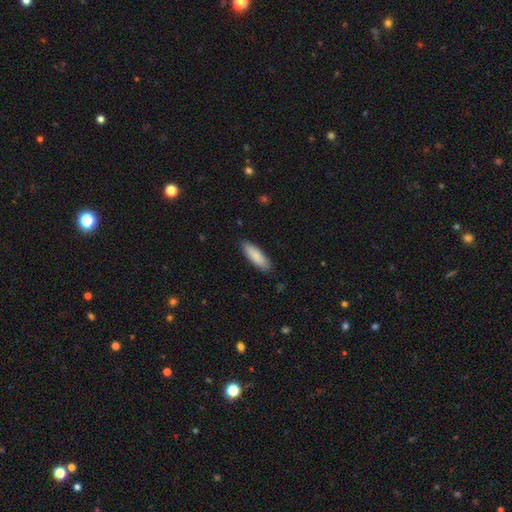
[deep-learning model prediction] The model was most divided on "how rounded": in between: 55%, cigar-shaped: 43%, round: 1%. More confident: merging — none (87%); smooth or featured — smooth (86%).